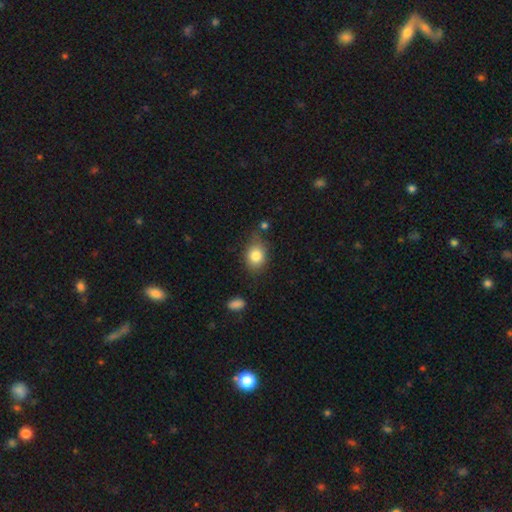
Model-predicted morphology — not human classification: A smooth galaxy with no disk features (83%) that is in between round and cigar-shaped (62%).

Vote fractions:
- Smooth or featured? smooth: 83% / star or artifact: 8% / featured or disk: 8%
- How rounded? in between: 62% / round: 37% / cigar-shaped: 1%
- Merging? none: 66% / minor disturbance: 23% / major disturbance: 6% / merger: 5%